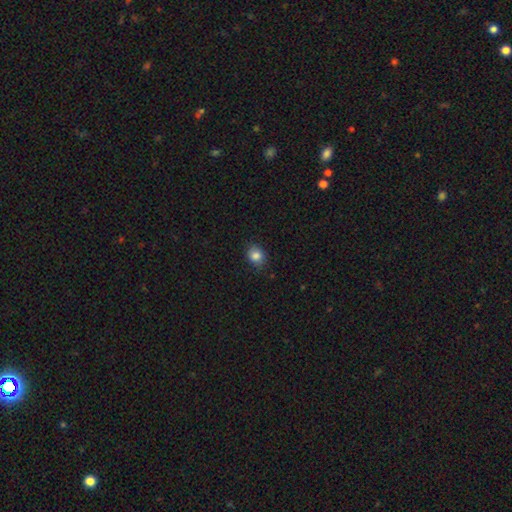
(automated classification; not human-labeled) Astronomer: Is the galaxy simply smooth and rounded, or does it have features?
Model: smooth — 85%.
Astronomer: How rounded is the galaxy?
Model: round — 59% (runner-up: in between, 40%).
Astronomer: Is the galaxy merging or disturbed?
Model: none — 82%.